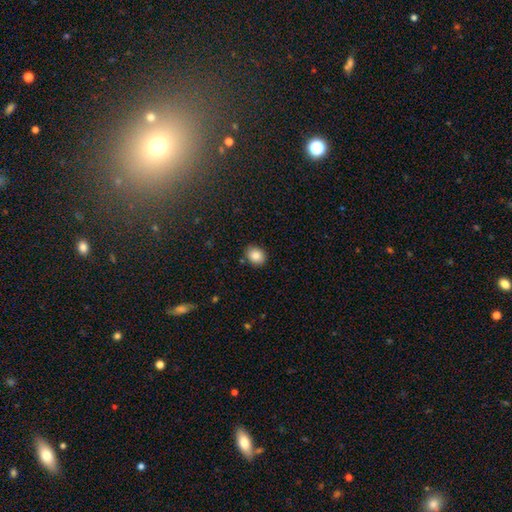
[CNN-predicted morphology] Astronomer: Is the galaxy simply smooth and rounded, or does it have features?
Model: smooth — 86%.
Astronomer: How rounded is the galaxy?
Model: round — 57% (runner-up: in between, 42%).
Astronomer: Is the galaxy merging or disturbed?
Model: none — 87%.